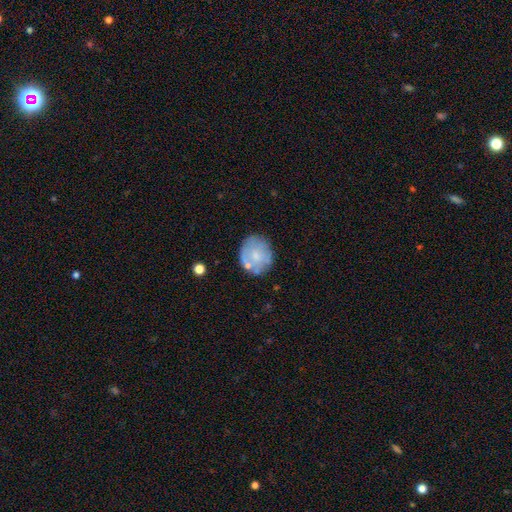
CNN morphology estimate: type=smooth (57%); roundness=round (74%); merging=none (66%).